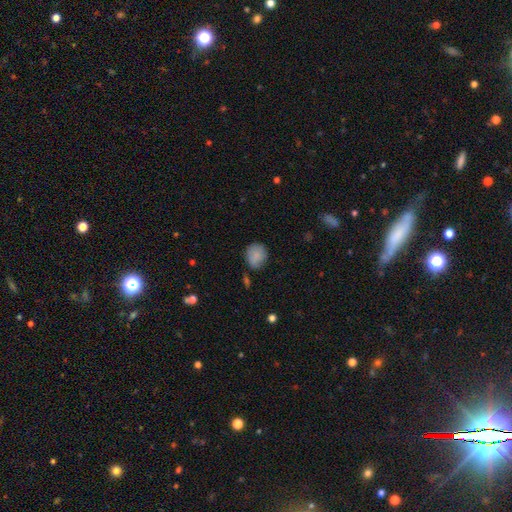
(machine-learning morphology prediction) A smooth galaxy with no disk features (84%) that is round (74%). Merging: none (70%).